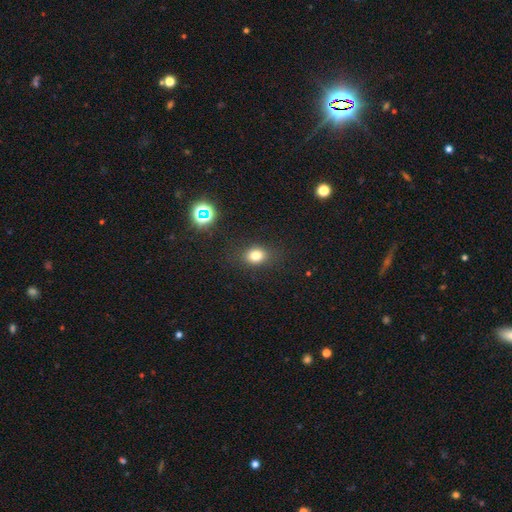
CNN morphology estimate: type=smooth (77%); roundness=in between (54%); merging=none (83%).